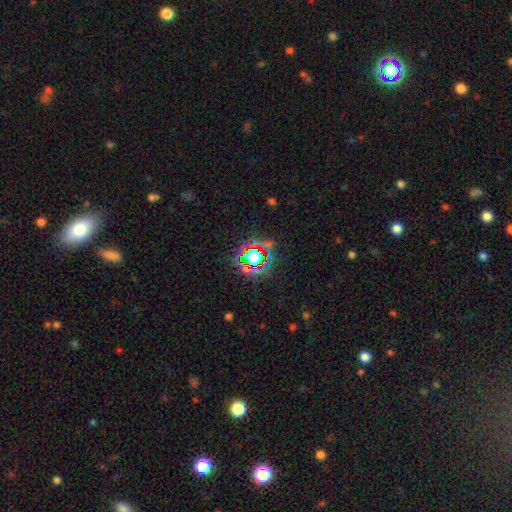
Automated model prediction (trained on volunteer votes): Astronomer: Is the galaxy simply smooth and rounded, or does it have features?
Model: star or artifact — 75%.